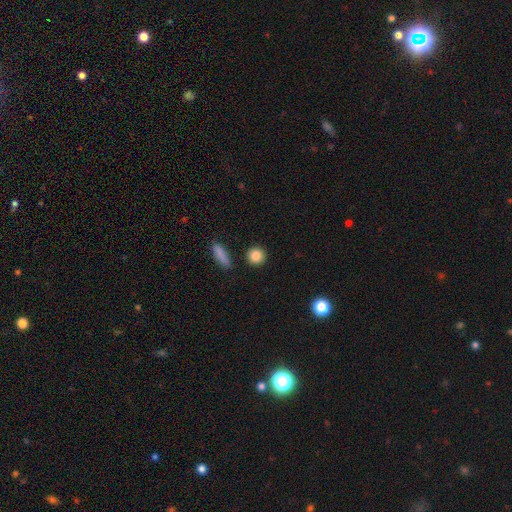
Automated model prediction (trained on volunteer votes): Smooth or featured? smooth (86%)
How rounded? round (88%)
Merging? none (89%)